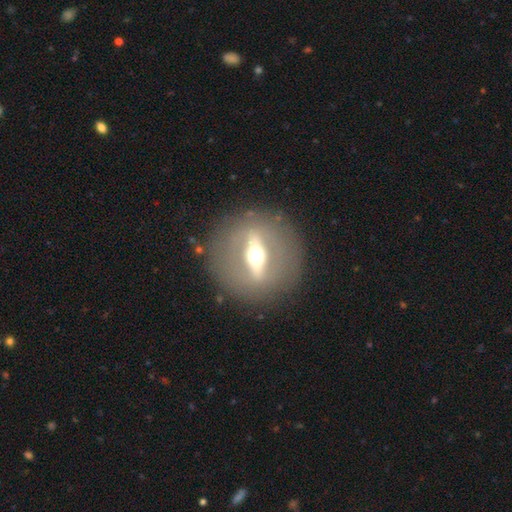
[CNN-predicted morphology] Smooth or featured? featured or disk (80%)
Edge-on disk? yes (56%)
Merging? none (86%)